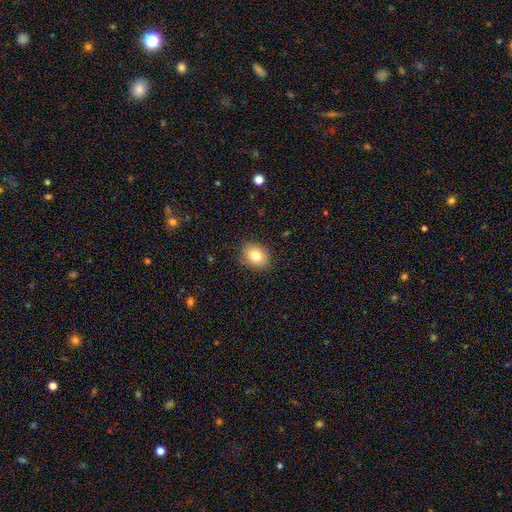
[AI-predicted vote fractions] Overall: smooth (81%). How rounded: round (50%; in between 49%). Merging: none (85%).